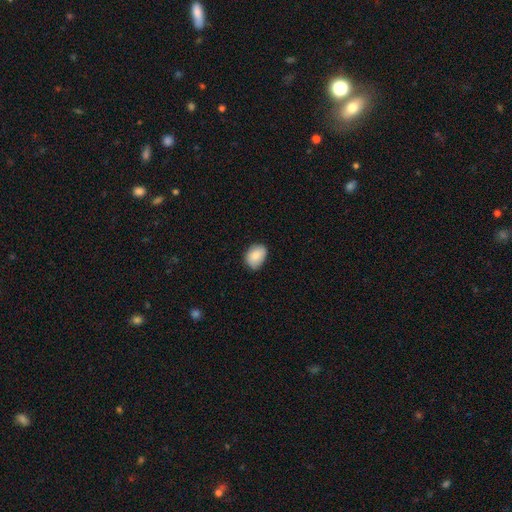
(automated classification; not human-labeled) smooth 86%, star or artifact 7%, featured or disk 7%. Down the decision tree: how rounded — in between (74%); merging — none (74%).